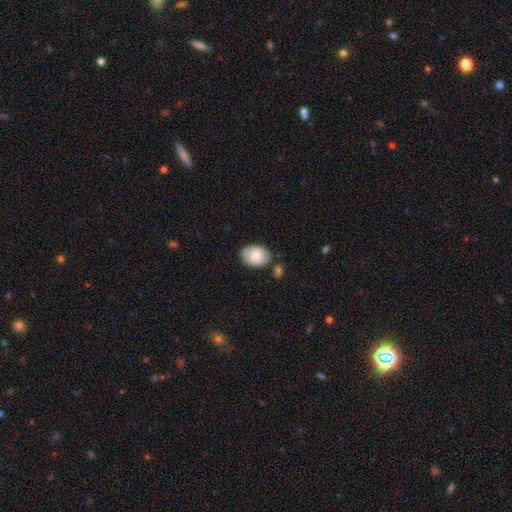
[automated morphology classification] A smooth galaxy with no disk features (80%) that is in between round and cigar-shaped (78%).

Vote fractions:
- Smooth or featured? smooth: 80% / featured or disk: 14% / star or artifact: 6%
- How rounded? in between: 78% / round: 21% / cigar-shaped: 1%
- Merging? none: 72% / minor disturbance: 17% / merger: 7% / major disturbance: 4%